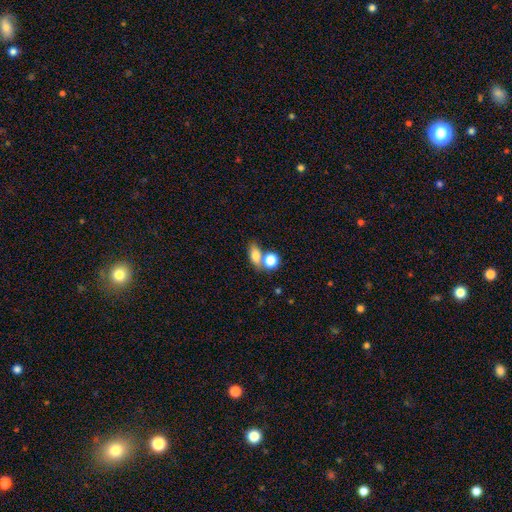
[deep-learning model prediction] The model was most divided on "merging": none: 45%, merger: 40%, minor disturbance: 10%, major disturbance: 5%. More confident: smooth or featured — smooth (77%); how rounded — in between (67%).